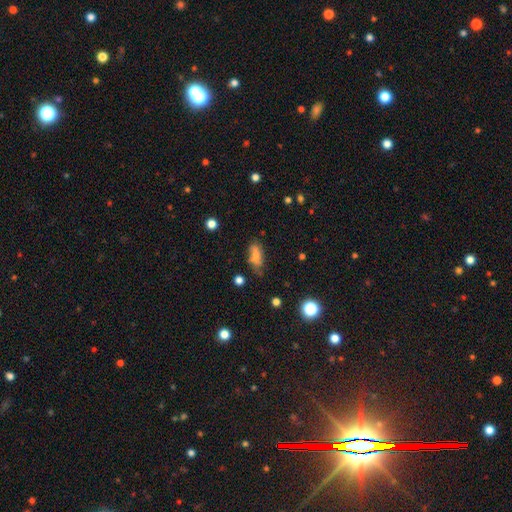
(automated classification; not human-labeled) Morphology: type=smooth (71%); roundness=in between (79%); merging=none (53%).